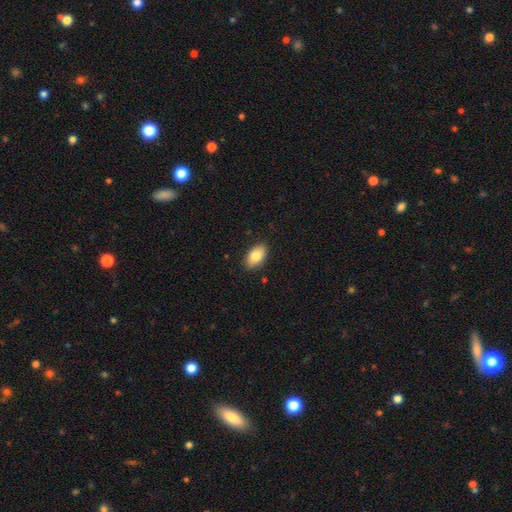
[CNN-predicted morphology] Smooth or featured?
  - smooth: 83% *
  - featured or disk: 11%
  - star or artifact: 7%
How rounded?
  - in between: 93% *
  - round: 5%
  - cigar-shaped: 2%
Merging?
  - none: 88% *
  - minor disturbance: 9%
  - major disturbance: 2%
  - merger: 1%